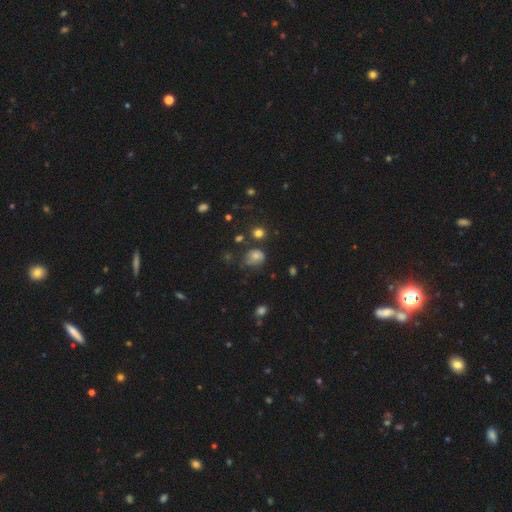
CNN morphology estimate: Overall: smooth (64%). How rounded: round (70%). Merging: none (57%; minor disturbance 25%).